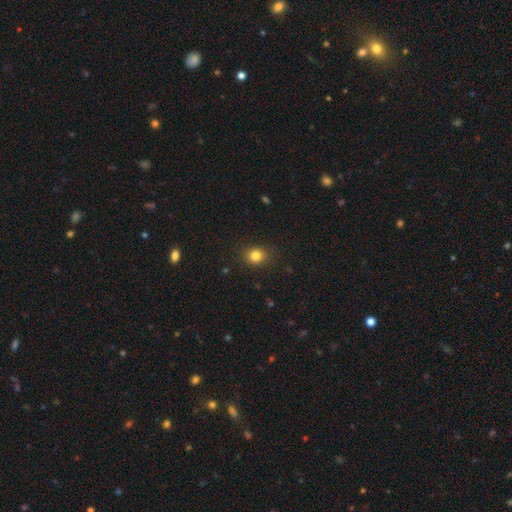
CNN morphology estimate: smooth_or_featured: smooth (p=0.82) [alt: star or artifact p=0.12]
how_rounded: round (p=0.72) [alt: in between p=0.27]
merging: none (p=0.87) [alt: minor disturbance p=0.10]